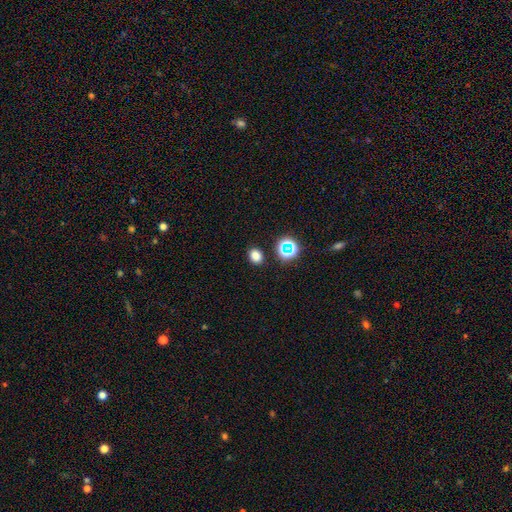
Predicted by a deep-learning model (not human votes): smooth 78%, star or artifact 17%, featured or disk 5%. Down the decision tree: how rounded — round (50%); merging — none (88%).